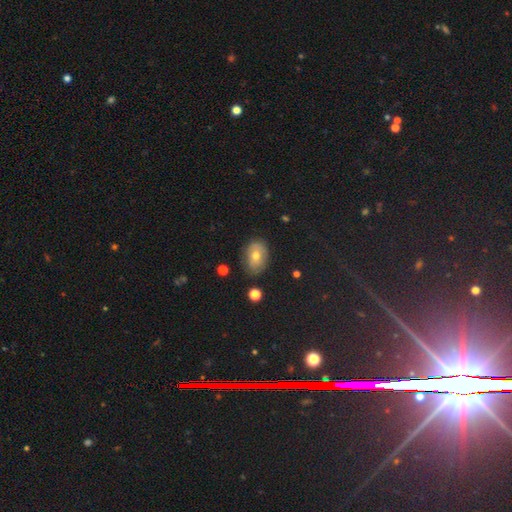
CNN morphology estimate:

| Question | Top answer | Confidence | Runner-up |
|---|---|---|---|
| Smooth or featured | smooth | 62% | featured or disk (26%) |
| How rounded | in between | 74% | round (25%) |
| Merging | none | 77% | minor disturbance (17%) |